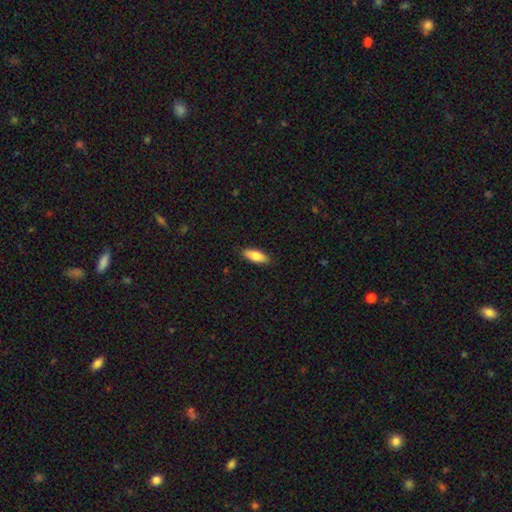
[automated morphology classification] smooth-or-featured: smooth: 79% | featured or disk: 15% | star or artifact: 6%
  how-rounded: in between: 69% | cigar-shaped: 29% | round: 2%
  merging: none: 88% | minor disturbance: 9% | major disturbance: 2% | merger: 1%